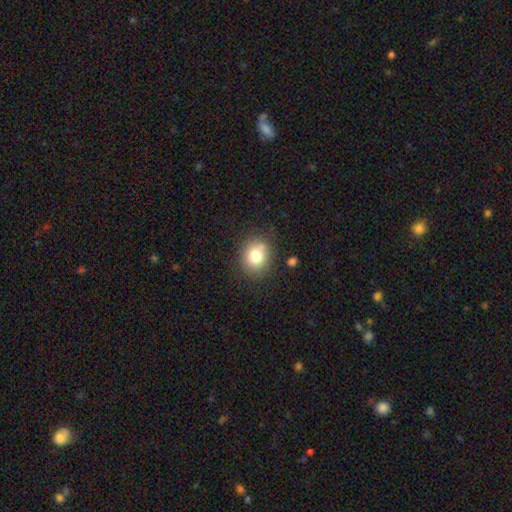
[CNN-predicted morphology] This is likely a smooth galaxy (78%). How rounded: likely round (69%). Merging: likely none (77%).